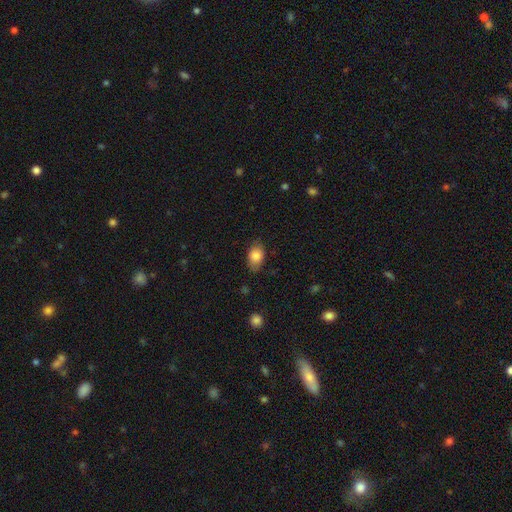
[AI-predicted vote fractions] Smooth or featured? Predicted: smooth (p=0.83). How rounded? Predicted: in between (p=0.83). Merging? Predicted: none (p=0.75).